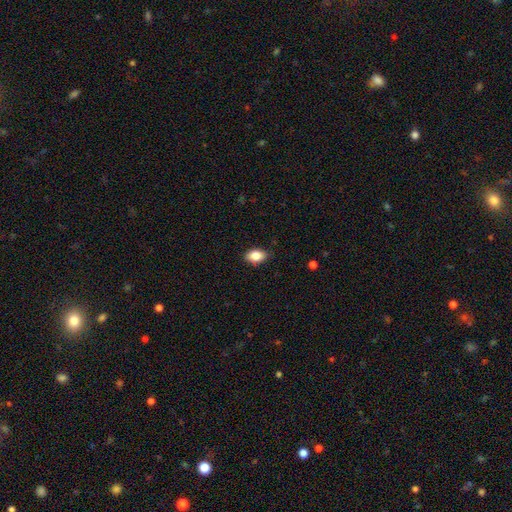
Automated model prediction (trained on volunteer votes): smooth 85%, star or artifact 8%, featured or disk 8%. Down the decision tree: how rounded — in between (87%); merging — none (85%).